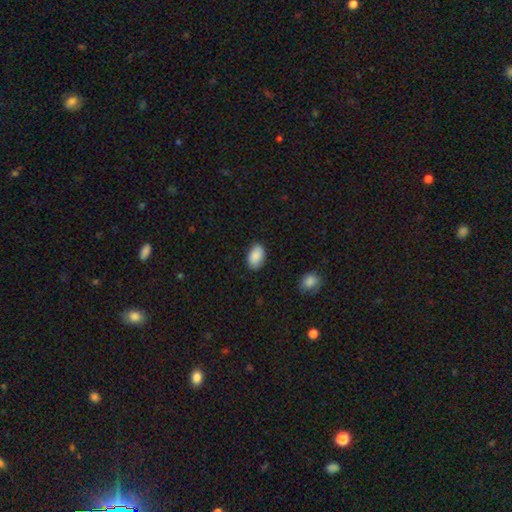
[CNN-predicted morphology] smooth-or-featured: smooth: 89% | star or artifact: 6% | featured or disk: 4%
  how-rounded: in between: 91% | round: 8% | cigar-shaped: 1%
  merging: none: 84% | minor disturbance: 12% | major disturbance: 2% | merger: 1%